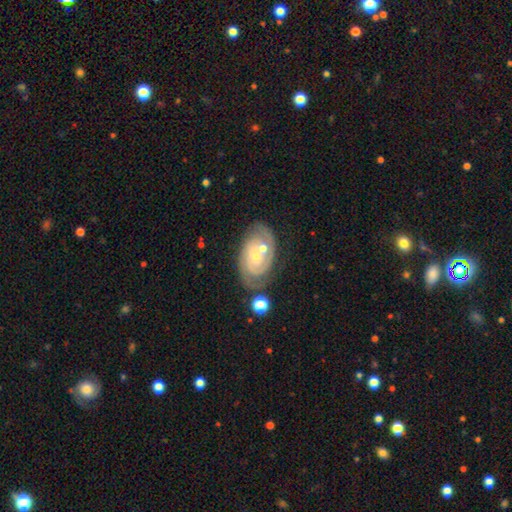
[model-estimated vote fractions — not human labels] Smooth or featured?
  - featured or disk: 82% *
  - smooth: 12%
  - star or artifact: 6%
Edge-on disk?
  - no: 96% *
  - yes: 4%
Bar?
  - no: 46% *
  - weak: 42%
  - strong: 13%
Spiral arms?
  - yes: 95% *
  - no: 5%
Spiral winding?
  - tight: 62% *
  - medium: 31%
  - loose: 7%
Spiral arm count?
  - 2: 70% *
  - can't tell: 14%
  - 3: 8%
  - 1: 4%
  - 4: 2%
  - more than 4: 2%
Bulge size?
  - small: 56% *
  - moderate: 39%
  - none: 2%
  - large: 2%
  - dominant: 1%
Merging?
  - none: 62% *
  - minor disturbance: 16%
  - merger: 15%
  - major disturbance: 7%